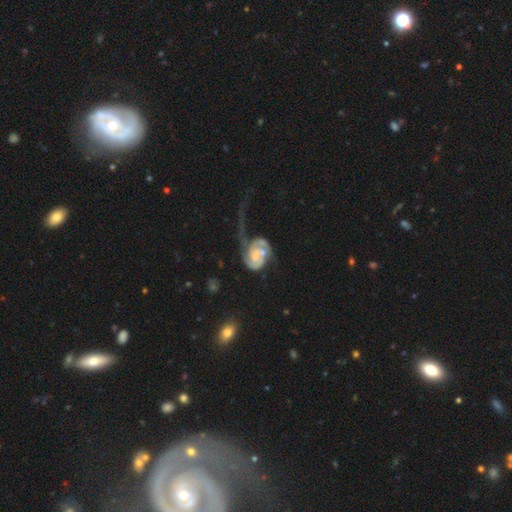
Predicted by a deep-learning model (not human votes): Smooth or featured: featured or disk — 82% (smooth — 12%)
Edge-on disk: no — 98% (yes — 2%)
Bar: no — 60% (weak — 32%)
Spiral arms: yes — 92% (no — 8%)
Spiral winding: tight — 42% (medium — 36%)
Spiral arm count: 2 — 65% (1 — 14%)
Bulge size: small — 46% (moderate — 34%)
Merging: major disturbance — 44% (none — 21%)